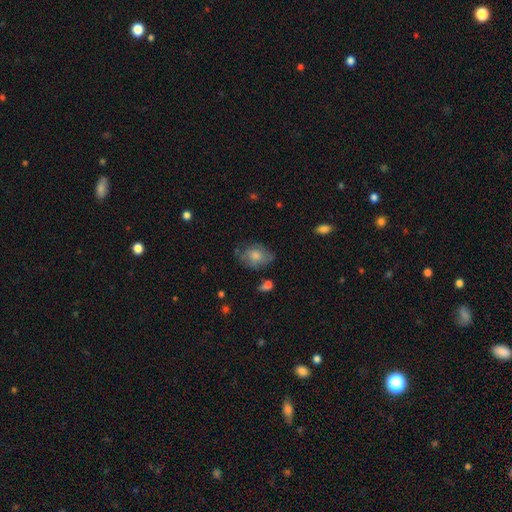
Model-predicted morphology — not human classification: smooth-or-featured: smooth: 67% | featured or disk: 24% | star or artifact: 8%
  how-rounded: in between: 69% | round: 29% | cigar-shaped: 1%
  merging: none: 53% | minor disturbance: 31% | major disturbance: 13% | merger: 3%